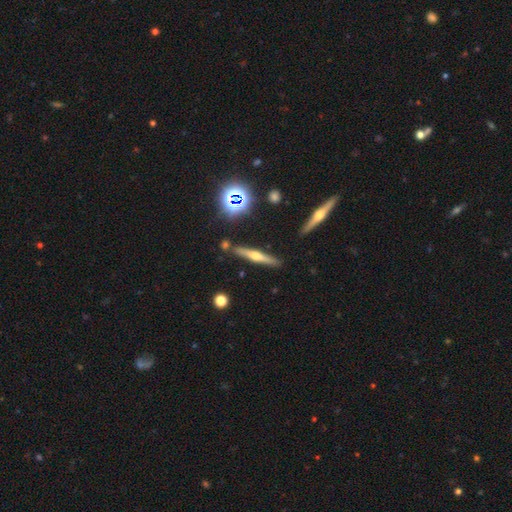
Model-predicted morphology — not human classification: This is likely a featured or disk galaxy (63%). It is clearly viewed edge-on (96%). Edge-on bulge: clearly rounded (89%). Merging: clearly none (85%).